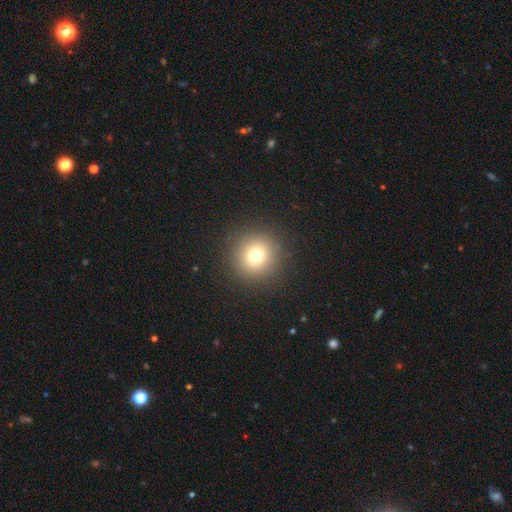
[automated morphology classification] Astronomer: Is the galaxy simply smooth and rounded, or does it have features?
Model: smooth — 75%.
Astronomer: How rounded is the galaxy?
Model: round — 94%.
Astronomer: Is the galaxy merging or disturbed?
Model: none — 91%.